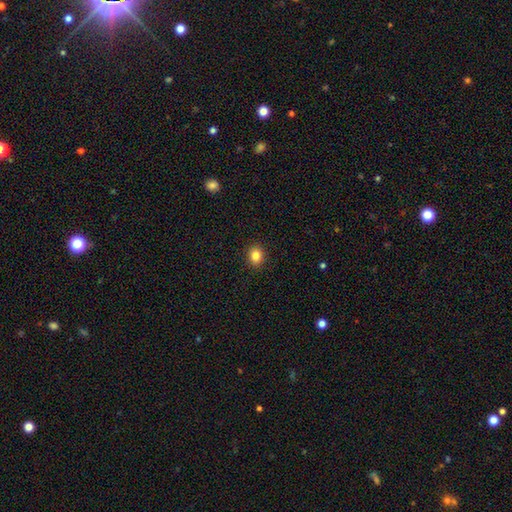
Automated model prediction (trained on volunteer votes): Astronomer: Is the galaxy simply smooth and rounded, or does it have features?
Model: smooth — 84%.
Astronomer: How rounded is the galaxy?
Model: round — 62%.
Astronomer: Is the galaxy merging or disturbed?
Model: none — 91%.